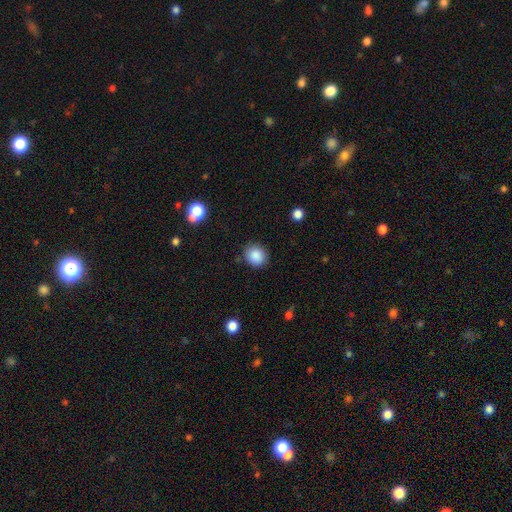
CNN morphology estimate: A smooth galaxy with no disk features (87%) that is round (80%).

Vote fractions:
- Smooth or featured? smooth: 87% / star or artifact: 9% / featured or disk: 4%
- How rounded? round: 80% / in between: 19% / cigar-shaped: 1%
- Merging? none: 86% / minor disturbance: 9% / major disturbance: 3% / merger: 2%